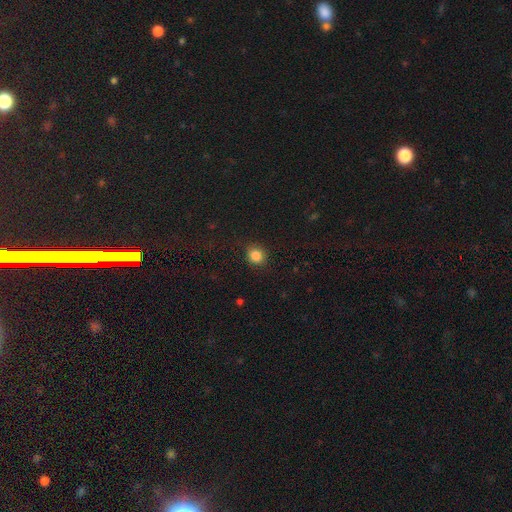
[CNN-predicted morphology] Smooth or featured: smooth — 84% (star or artifact — 11%)
How rounded: round — 83% (in between — 16%)
Merging: none — 88% (minor disturbance — 8%)